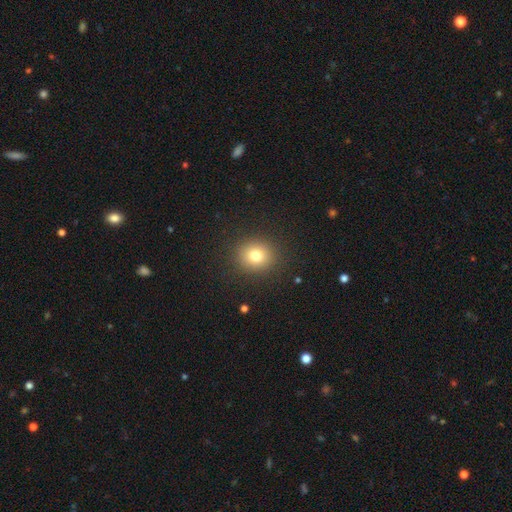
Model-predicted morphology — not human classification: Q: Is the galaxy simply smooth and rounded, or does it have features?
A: smooth — 78%.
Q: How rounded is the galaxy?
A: round — 81%.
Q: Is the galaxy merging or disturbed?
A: none — 90%.